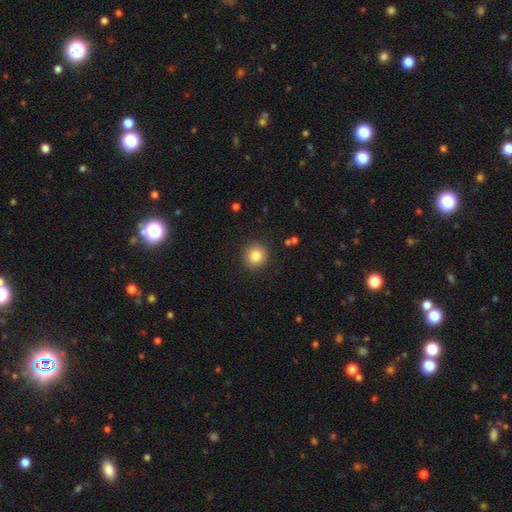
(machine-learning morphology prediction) A smooth galaxy with no disk features (83%) that is round (92%).

Vote fractions:
- Smooth or featured? smooth: 83% / star or artifact: 10% / featured or disk: 7%
- How rounded? round: 92% / in between: 7% / cigar-shaped: 1%
- Merging? none: 91% / minor disturbance: 6% / major disturbance: 2% / merger: 1%